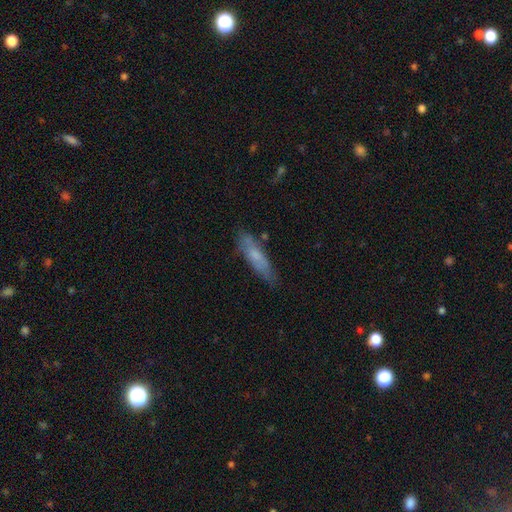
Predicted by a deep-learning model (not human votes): smooth 62%, featured or disk 31%, star or artifact 7%. Down the decision tree: how rounded — cigar-shaped (70%); merging — none (71%).